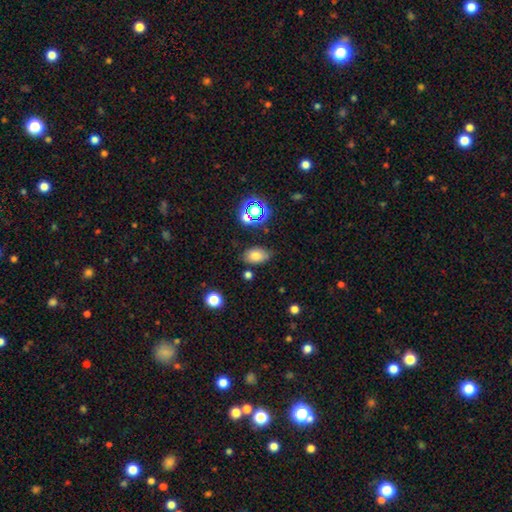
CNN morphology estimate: Smooth or featured?
  - smooth: 75% *
  - star or artifact: 14%
  - featured or disk: 11%
How rounded?
  - in between: 88% *
  - round: 10%
  - cigar-shaped: 2%
Merging?
  - none: 77% *
  - minor disturbance: 15%
  - merger: 5%
  - major disturbance: 4%